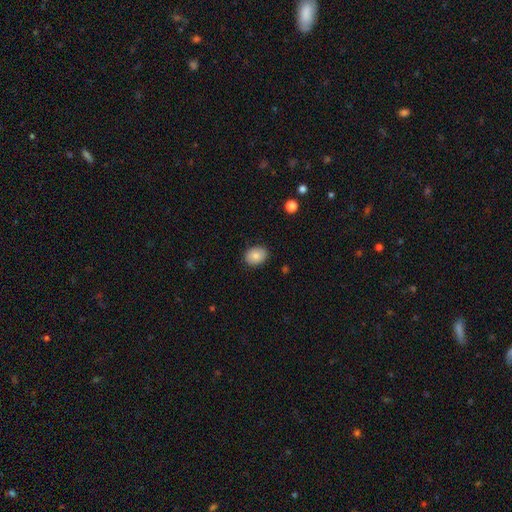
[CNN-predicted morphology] Smooth or featured? Predicted: smooth (p=0.82). How rounded? Predicted: in between (p=0.57). Merging? Predicted: none (p=0.87).